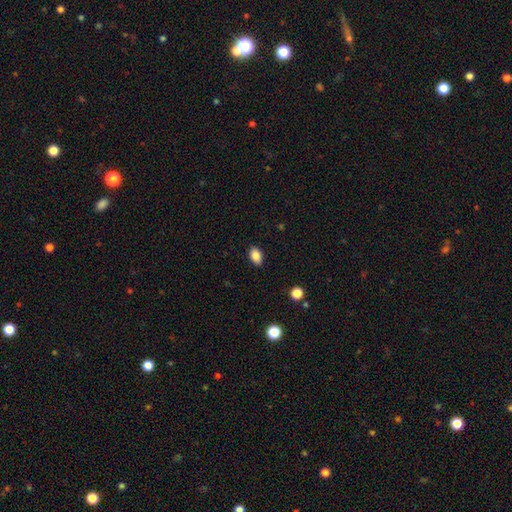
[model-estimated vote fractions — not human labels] Smooth or featured? Predicted: smooth (p=0.86). How rounded? Predicted: in between (p=0.87). Merging? Predicted: none (p=0.87).